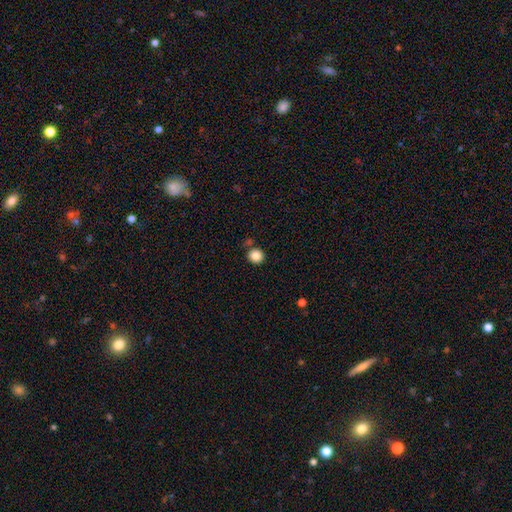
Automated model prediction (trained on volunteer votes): Smooth or featured: smooth — 86% (star or artifact — 10%)
How rounded: round — 92% (in between — 7%)
Merging: none — 80% (minor disturbance — 9%)